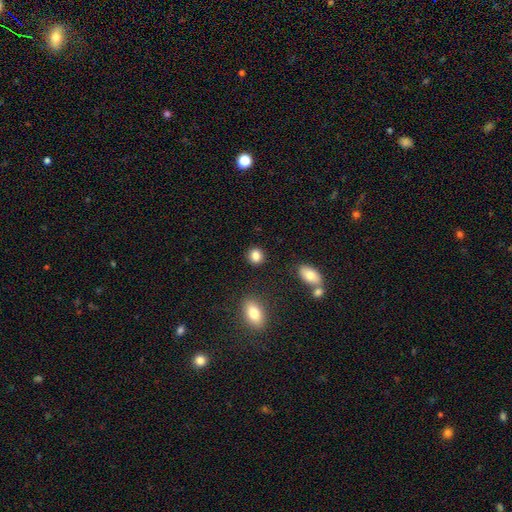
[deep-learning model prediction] This appears to be a smooth galaxy with no disk features (86%) that is round (79%). Merging: none (87%).